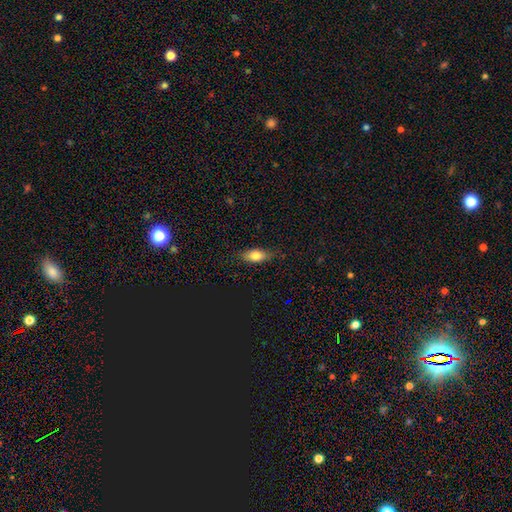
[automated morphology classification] smooth_or_featured: smooth (p=0.78) [alt: featured or disk p=0.13]
how_rounded: in between (p=0.82) [alt: cigar-shaped p=0.13]
merging: none (p=0.77) [alt: minor disturbance p=0.18]